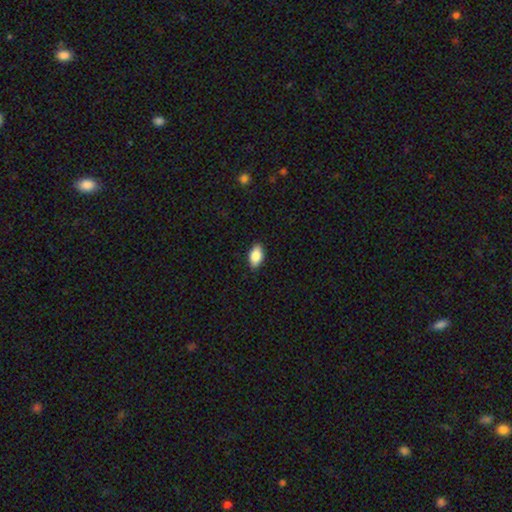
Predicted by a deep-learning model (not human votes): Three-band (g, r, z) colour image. It shows a smooth galaxy with no disk features (87%) that is in between round and cigar-shaped (93%). Merging: none (88%).